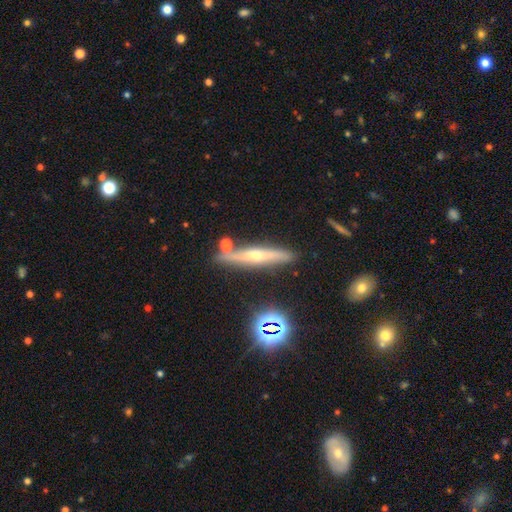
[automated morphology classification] featured or disk 59%, smooth 28%, star or artifact 14%. Down the decision tree: edge-on disk — yes (93%); edge-on bulge — rounded (81%); merging — none (80%).